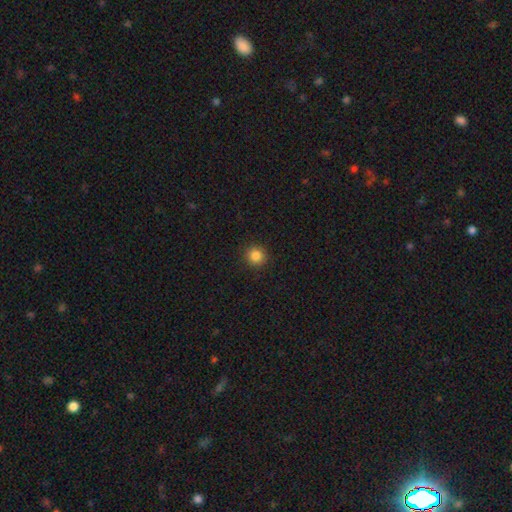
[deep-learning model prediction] Smooth or featured?
  - smooth: 84% *
  - star or artifact: 12%
  - featured or disk: 4%
How rounded?
  - round: 94% *
  - in between: 5%
  - cigar-shaped: 1%
Merging?
  - none: 92% *
  - minor disturbance: 5%
  - major disturbance: 2%
  - merger: 1%